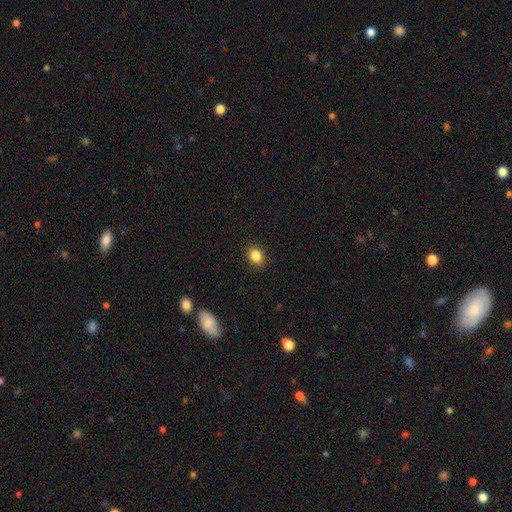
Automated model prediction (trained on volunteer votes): Q: Smooth or featured?
A: smooth (85%); runner-up: star or artifact (10%)
Q: How rounded?
A: round (52%); runner-up: in between (47%)
Q: Merging?
A: none (90%); runner-up: minor disturbance (7%)